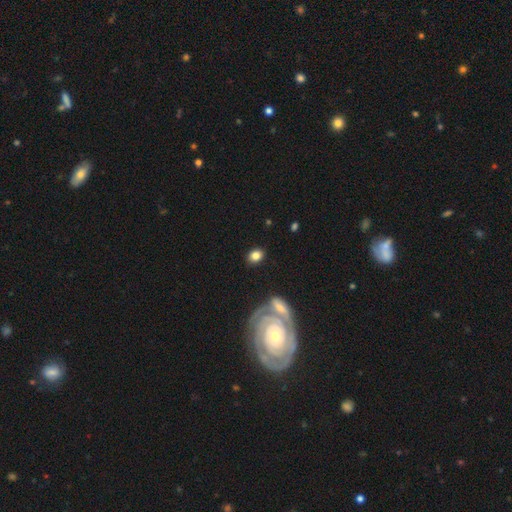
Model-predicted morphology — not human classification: Smooth or featured? smooth (79%)
How rounded? in between (62%)
Merging? none (81%)